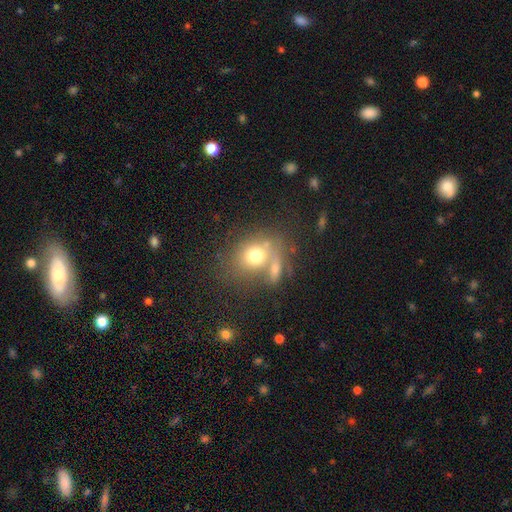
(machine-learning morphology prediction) This appears to be a smooth galaxy with no disk features (69%) that is round (58%). Merging: none (41%).